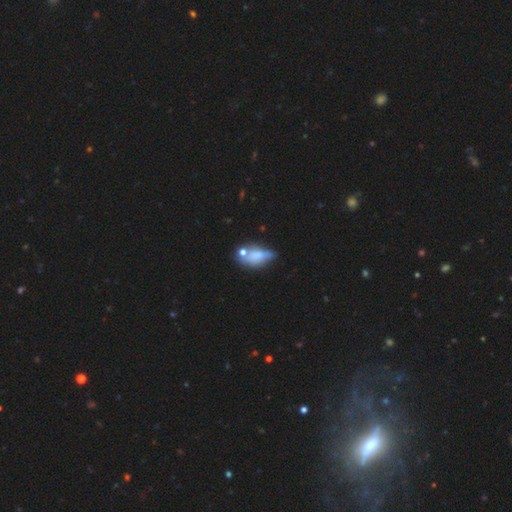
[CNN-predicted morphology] Smooth or featured? smooth (64%)
How rounded? in between (81%)
Merging? none (36%)